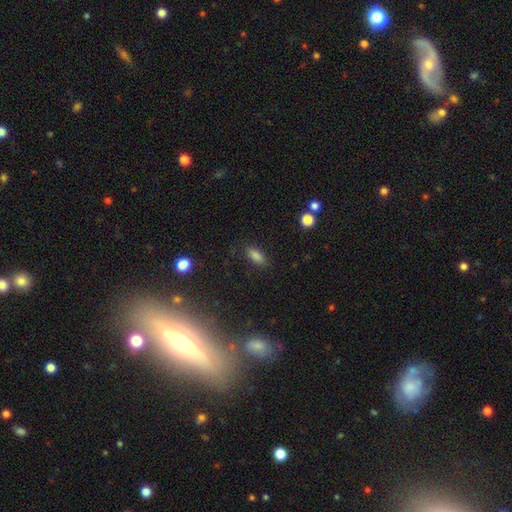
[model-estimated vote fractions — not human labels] Overall: smooth (83%). How rounded: in between (83%). Merging: none (83%).